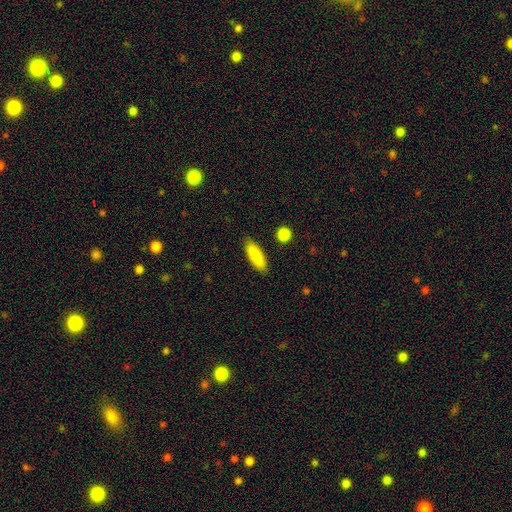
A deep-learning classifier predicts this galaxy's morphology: A smooth galaxy with no disk features (87%) that is in between round and cigar-shaped (58%).

Vote fractions:
- Smooth or featured? smooth: 87% / featured or disk: 7% / star or artifact: 6%
- How rounded? in between: 58% / cigar-shaped: 40% / round: 2%
- Merging? none: 87% / minor disturbance: 9% / major disturbance: 2% / merger: 2%